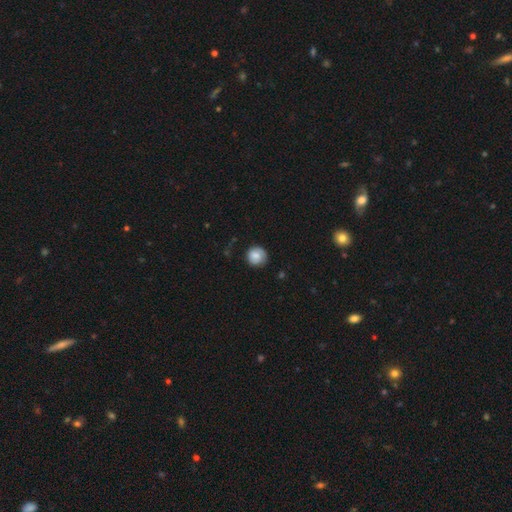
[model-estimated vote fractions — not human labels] The model was most divided on "merging": none: 80%, minor disturbance: 16%, major disturbance: 3%, merger: 1%. More confident: how rounded — round (92%); smooth or featured — smooth (79%).